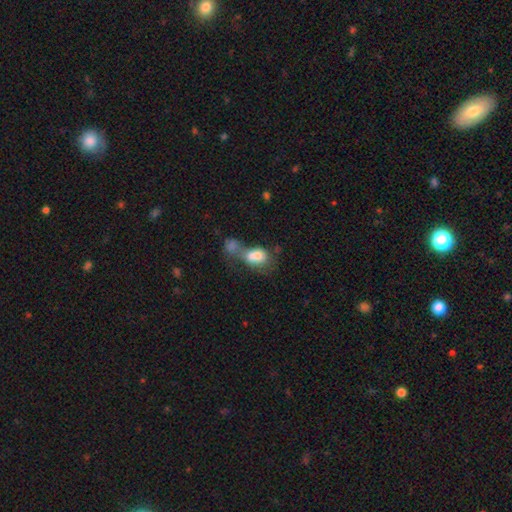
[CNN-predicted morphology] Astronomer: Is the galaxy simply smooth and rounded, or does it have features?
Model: smooth — 72%.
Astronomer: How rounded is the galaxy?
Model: in between — 73%.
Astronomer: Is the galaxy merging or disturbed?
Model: merger — 68%.